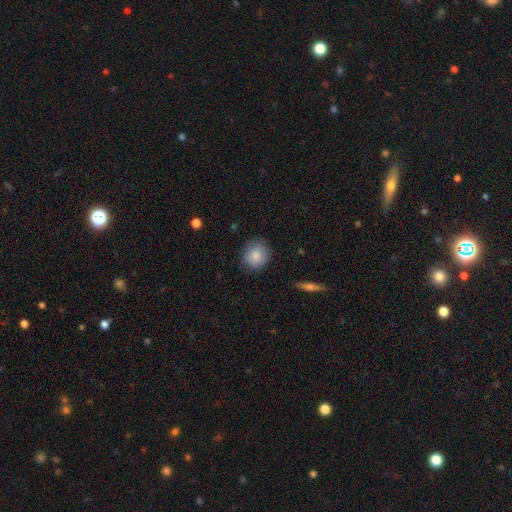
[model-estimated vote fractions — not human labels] Smooth or featured?
  - smooth: 86% *
  - star or artifact: 7%
  - featured or disk: 6%
How rounded?
  - round: 83% *
  - in between: 16%
  - cigar-shaped: 1%
Merging?
  - none: 83% *
  - minor disturbance: 13%
  - major disturbance: 3%
  - merger: 1%